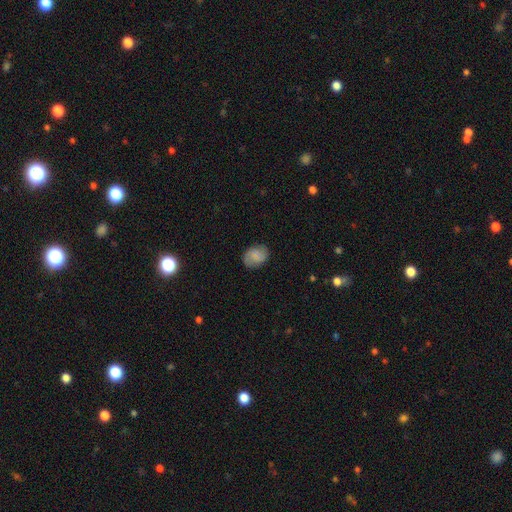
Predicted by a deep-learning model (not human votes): Smooth or featured?
  - smooth: 63% *
  - featured or disk: 28%
  - star or artifact: 9%
How rounded?
  - in between: 67% *
  - round: 31%
  - cigar-shaped: 1%
Merging?
  - none: 79% *
  - minor disturbance: 15%
  - major disturbance: 4%
  - merger: 1%